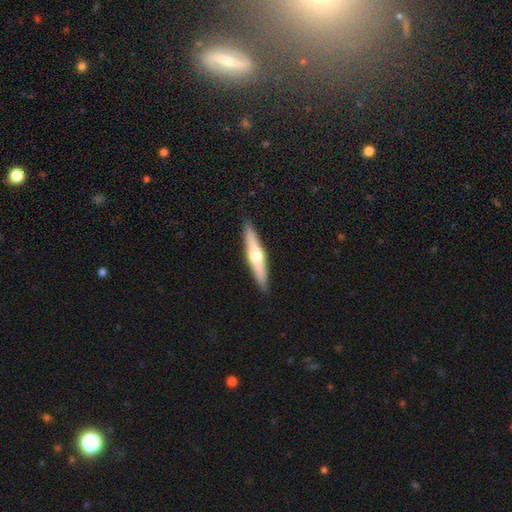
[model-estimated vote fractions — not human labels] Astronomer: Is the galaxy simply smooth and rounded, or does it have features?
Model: featured or disk — 56% (runner-up: smooth, 39%).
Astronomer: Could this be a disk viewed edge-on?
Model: yes — 96%.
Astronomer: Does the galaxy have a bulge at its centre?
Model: rounded — 91%.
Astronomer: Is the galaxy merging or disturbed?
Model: none — 91%.